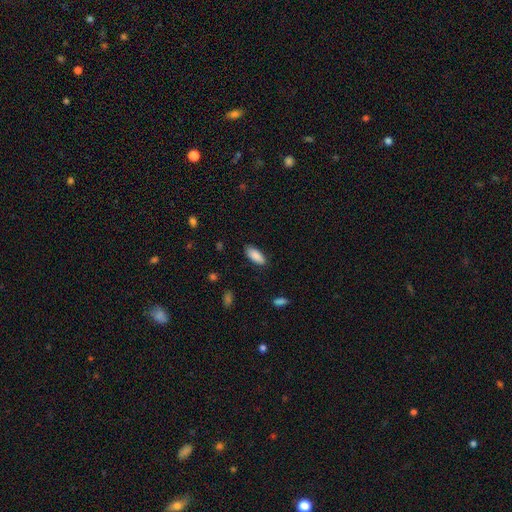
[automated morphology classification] The model was most divided on "how rounded": in between: 84%, cigar-shaped: 14%, round: 2%. More confident: smooth or featured — smooth (88%); merging — none (86%).